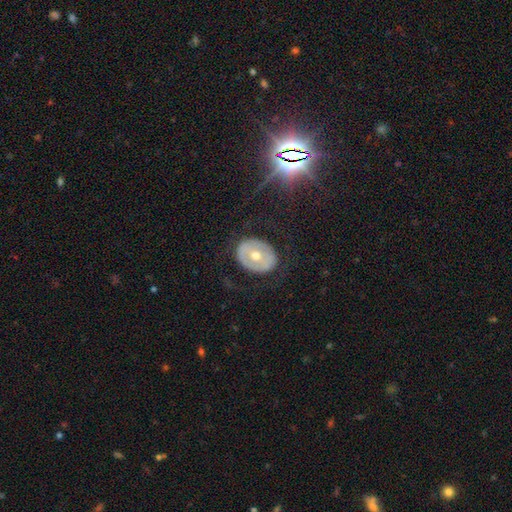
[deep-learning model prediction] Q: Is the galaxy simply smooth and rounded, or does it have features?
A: featured or disk — 48%.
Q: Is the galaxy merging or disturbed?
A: none — 79%.